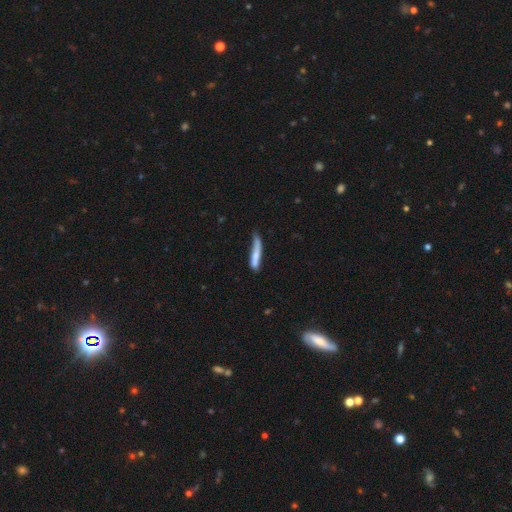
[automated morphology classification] Smooth or featured? Predicted: smooth (p=0.67). How rounded? Predicted: cigar-shaped (p=0.90). Merging? Predicted: none (p=0.49).